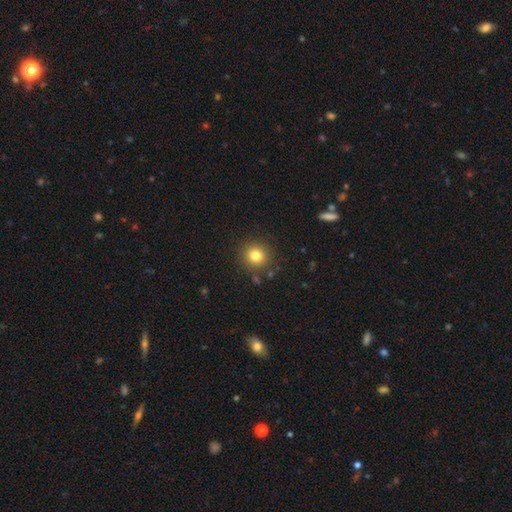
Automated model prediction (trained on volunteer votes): smooth-or-featured: smooth: 81% | star or artifact: 12% | featured or disk: 7%
  how-rounded: round: 92% | in between: 7% | cigar-shaped: 1%
  merging: none: 87% | minor disturbance: 7% | major disturbance: 3% | merger: 3%